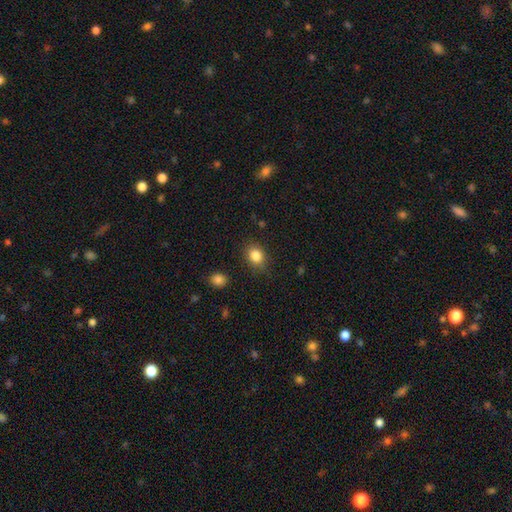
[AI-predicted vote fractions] Overall: smooth (84%). How rounded: in between (52%; round 47%). Merging: none (83%).